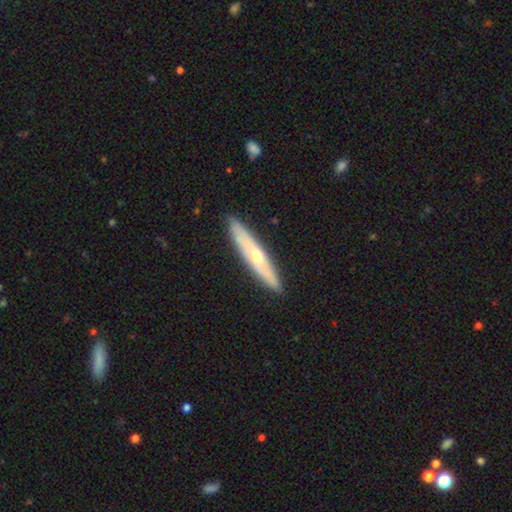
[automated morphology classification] A featured or disk galaxy (56%) viewed edge-on (84%).

Vote fractions:
- Smooth or featured? featured or disk: 56% / smooth: 37% / star or artifact: 7%
- Edge-on disk? yes: 84% / no: 16%
- Merging? none: 90% / minor disturbance: 7% / major disturbance: 2% / merger: 1%